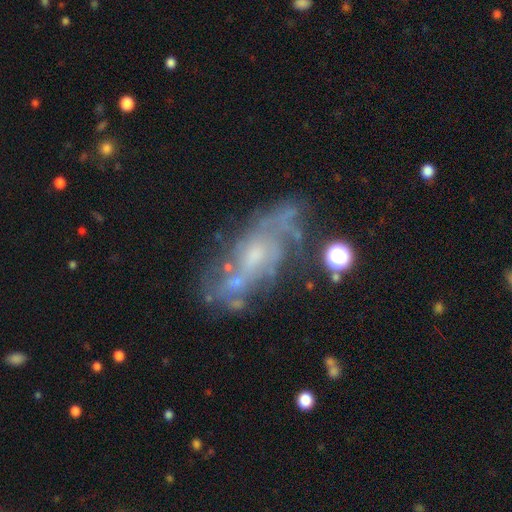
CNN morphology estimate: Smooth or featured? Predicted: featured or disk (p=0.76). Edge-on disk? Predicted: no (p=0.90). Bar? Predicted: no (p=0.61). Spiral arms? Predicted: yes (p=0.77). Spiral winding? Predicted: medium (p=0.41). Spiral arm count? Predicted: can't tell (p=0.46). Bulge size? Predicted: small (p=0.49). Merging? Predicted: none (p=0.55).